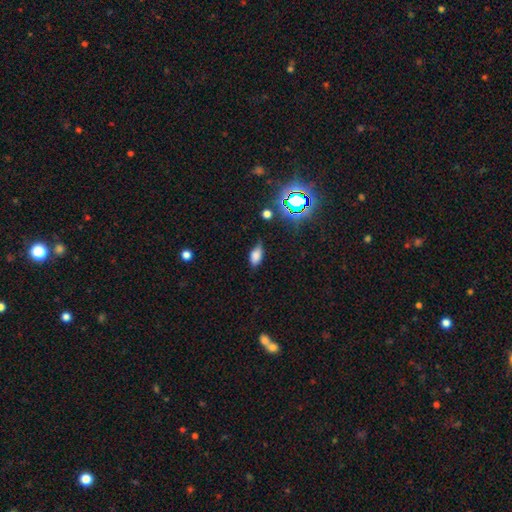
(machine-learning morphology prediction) smooth 75%, star or artifact 15%, featured or disk 10%. Down the decision tree: how rounded — in between (88%); merging — none (65%).